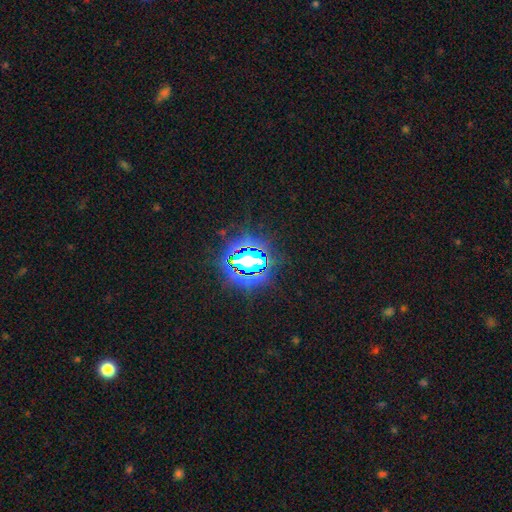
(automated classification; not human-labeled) A star or artifact, not a galaxy (80%).